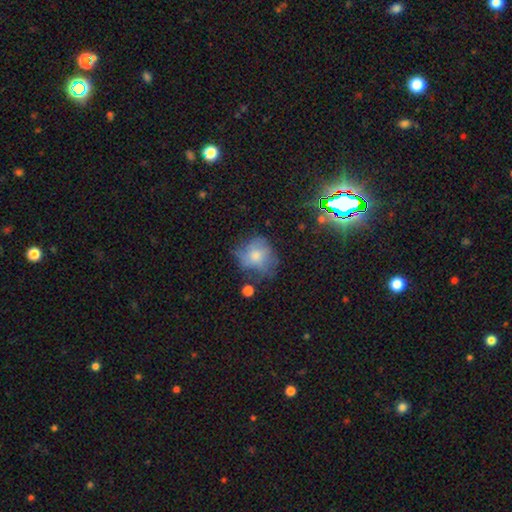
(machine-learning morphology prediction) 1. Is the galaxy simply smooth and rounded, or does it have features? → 62% smooth, 27% featured or disk, 11% star or artifact.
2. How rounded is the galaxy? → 71% round, 28% in between, 1% cigar-shaped.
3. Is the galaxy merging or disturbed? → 46% none, 29% minor disturbance, 21% major disturbance, 4% merger.